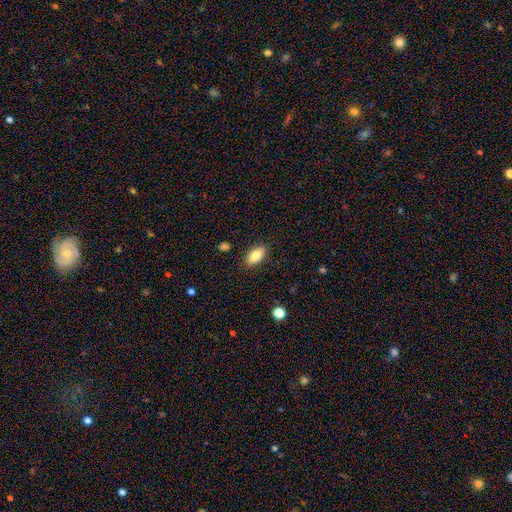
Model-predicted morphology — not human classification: Smooth or featured: smooth — 81% (featured or disk — 12%)
How rounded: in between — 89% (cigar-shaped — 8%)
Merging: none — 87% (minor disturbance — 9%)